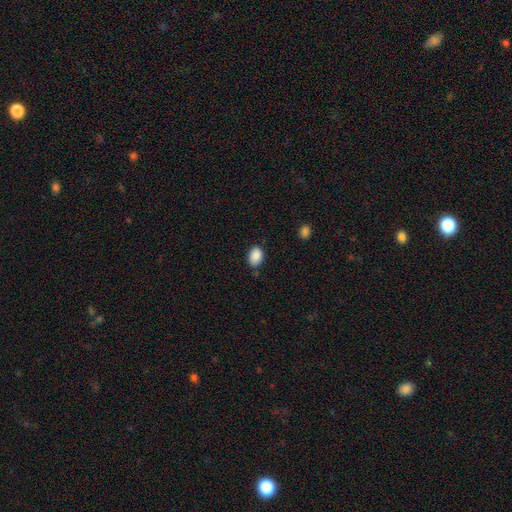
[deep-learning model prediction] Smooth or featured?
  - smooth: 89% *
  - star or artifact: 8%
  - featured or disk: 4%
How rounded?
  - in between: 81% *
  - round: 18%
  - cigar-shaped: 1%
Merging?
  - none: 79% *
  - minor disturbance: 16%
  - major disturbance: 3%
  - merger: 2%